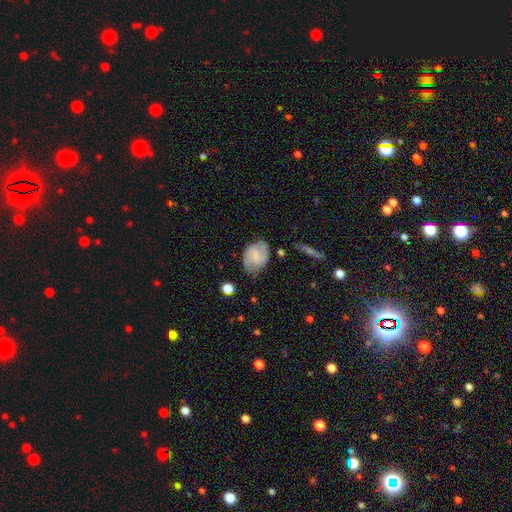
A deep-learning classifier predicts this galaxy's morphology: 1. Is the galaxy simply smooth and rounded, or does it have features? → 56% featured or disk, 37% smooth, 7% star or artifact.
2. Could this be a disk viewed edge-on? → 97% no, 3% yes.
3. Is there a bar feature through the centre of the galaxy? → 52% weak, 30% no, 18% strong.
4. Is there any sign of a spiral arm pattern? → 88% yes, 12% no.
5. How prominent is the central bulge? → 44% small, 35% none, 18% moderate, 2% large, 1% dominant.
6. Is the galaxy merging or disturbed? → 71% none, 21% minor disturbance, 6% major disturbance, 2% merger.